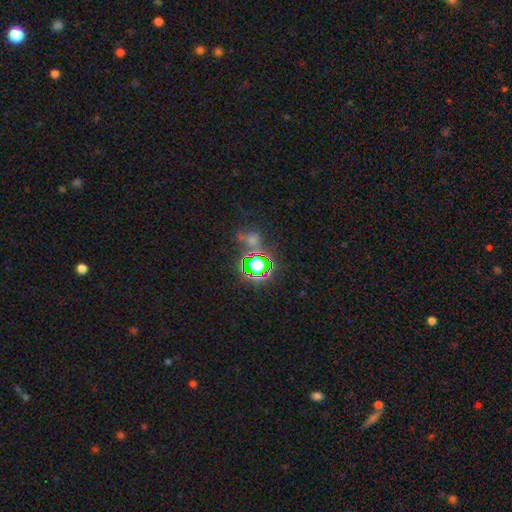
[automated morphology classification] smooth_or_featured: star or artifact (p=0.66) [alt: smooth p=0.24]